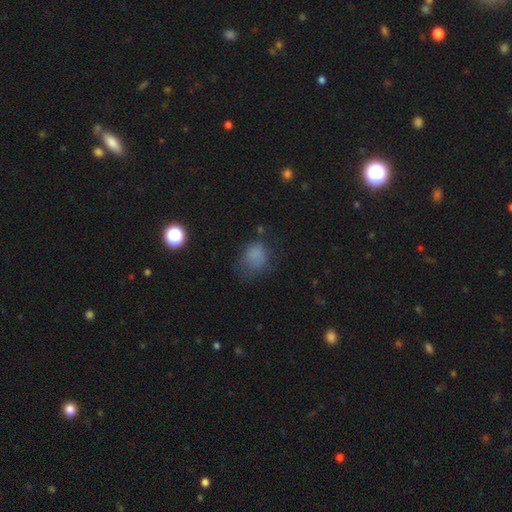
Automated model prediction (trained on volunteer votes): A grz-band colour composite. It shows a smooth galaxy with no disk features (74%) that is round (60%). Merging: none (48%).